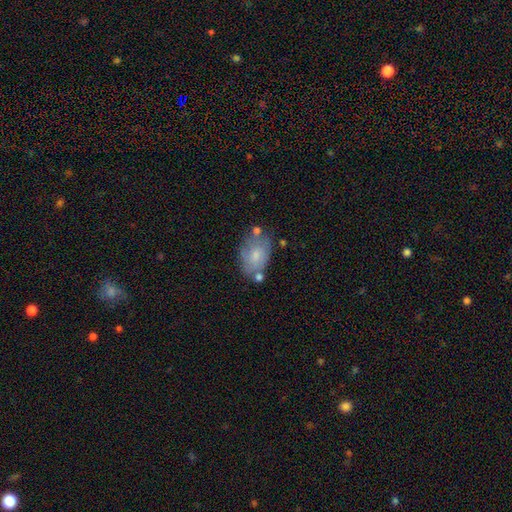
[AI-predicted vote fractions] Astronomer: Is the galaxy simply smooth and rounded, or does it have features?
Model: smooth — 58% (runner-up: featured or disk, 34%).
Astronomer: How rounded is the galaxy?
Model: in between — 85%.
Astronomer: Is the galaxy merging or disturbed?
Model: none — 53%.